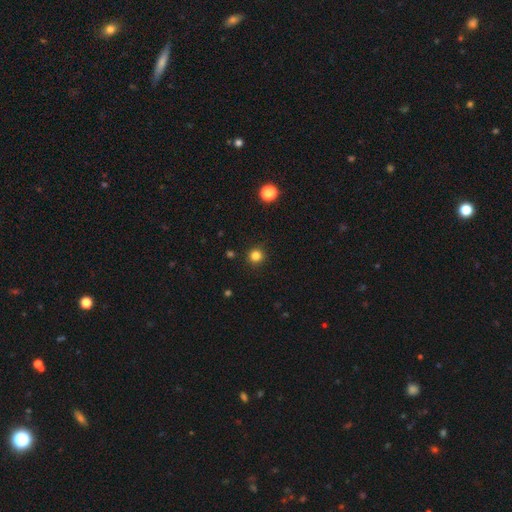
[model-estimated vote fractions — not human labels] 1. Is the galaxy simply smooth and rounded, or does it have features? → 83% smooth, 13% star or artifact, 4% featured or disk.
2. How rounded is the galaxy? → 94% round, 5% in between, 1% cigar-shaped.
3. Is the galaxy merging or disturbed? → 91% none, 6% minor disturbance, 2% major disturbance, 1% merger.